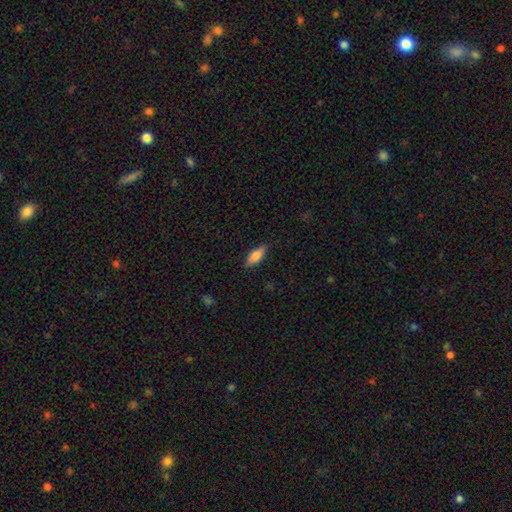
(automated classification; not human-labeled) Smooth or featured? Predicted: smooth (p=0.75). How rounded? Predicted: in between (p=0.68). Merging? Predicted: none (p=0.84).